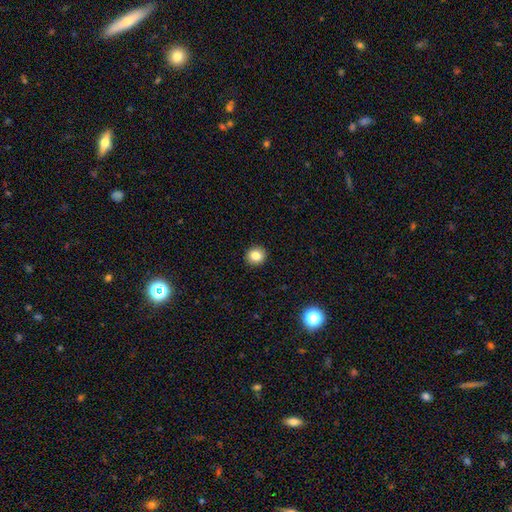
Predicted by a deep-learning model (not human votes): Smooth or featured?
  - smooth: 83% *
  - star or artifact: 11%
  - featured or disk: 6%
How rounded?
  - round: 89% *
  - in between: 10%
  - cigar-shaped: 1%
Merging?
  - none: 93% *
  - minor disturbance: 5%
  - major disturbance: 2%
  - merger: 1%